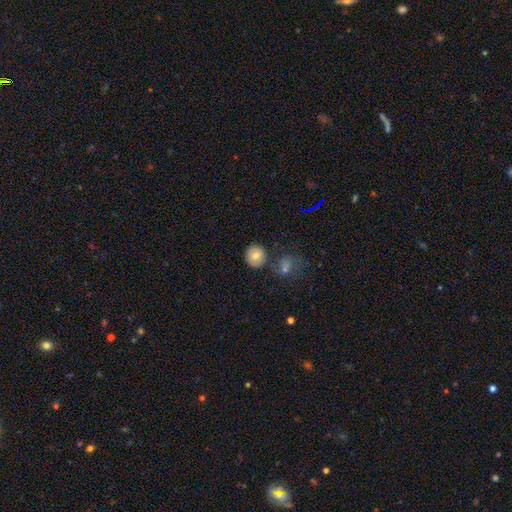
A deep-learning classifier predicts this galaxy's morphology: Smooth or featured?
  - smooth: 78% *
  - featured or disk: 13%
  - star or artifact: 10%
How rounded?
  - round: 88% *
  - in between: 11%
  - cigar-shaped: 1%
Merging?
  - none: 77% *
  - minor disturbance: 11%
  - merger: 9%
  - major disturbance: 3%